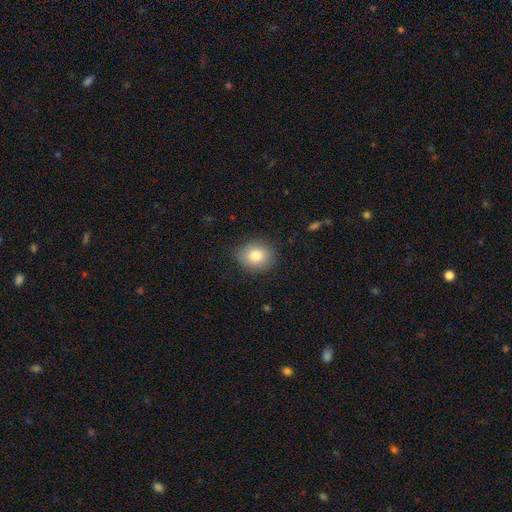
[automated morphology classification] Q: Smooth or featured?
A: smooth (81%); runner-up: featured or disk (11%)
Q: How rounded?
A: round (59%); runner-up: in between (40%)
Q: Merging?
A: none (84%); runner-up: minor disturbance (12%)